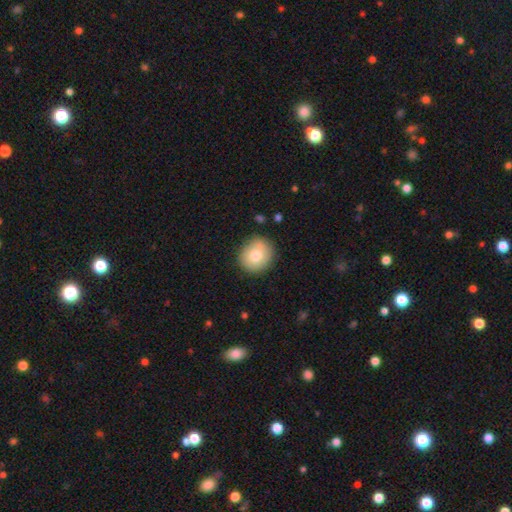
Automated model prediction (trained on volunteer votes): smooth 77%, featured or disk 14%, star or artifact 9%. Down the decision tree: how rounded — round (82%); merging — none (85%).